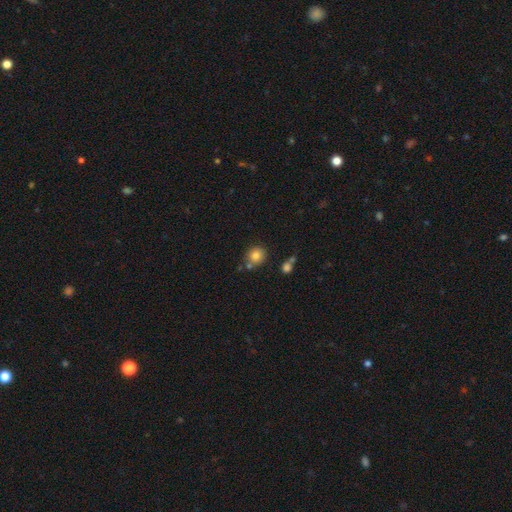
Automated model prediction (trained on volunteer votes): Smooth or featured: smooth — 82% (star or artifact — 11%)
How rounded: round — 86% (in between — 13%)
Merging: none — 72% (minor disturbance — 12%)